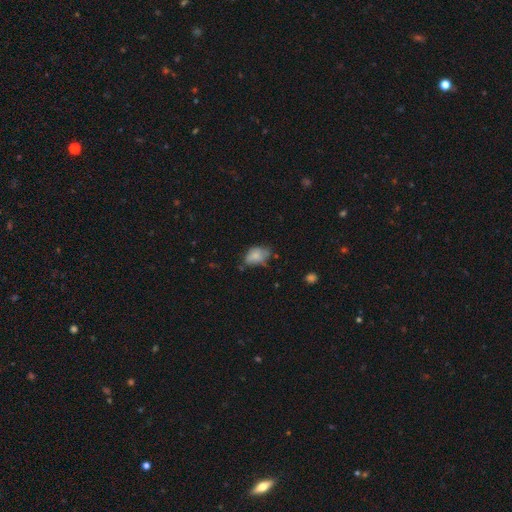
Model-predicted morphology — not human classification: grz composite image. It shows a smooth galaxy with no disk features (73%) that is in between round and cigar-shaped (85%). Merging: none (44%).